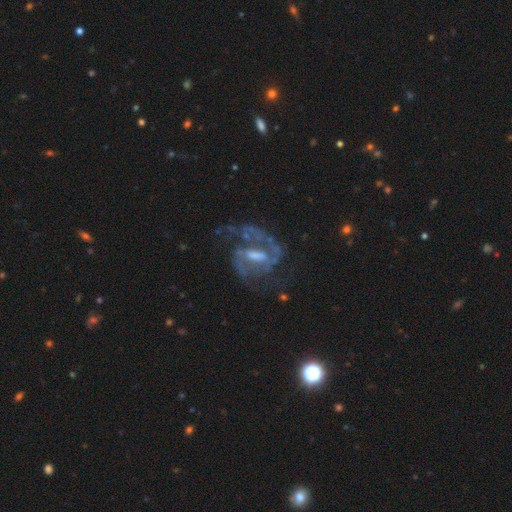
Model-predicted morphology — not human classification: smooth_or_featured: featured or disk (p=0.87) [alt: star or artifact p=0.07]
disk_edge_on: no (p=0.97) [alt: yes p=0.03]
bar: weak (p=0.48) [alt: strong p=0.39]
has_spiral_arms: yes (p=0.94) [alt: no p=0.06]
spiral_winding: medium (p=0.56) [alt: tight p=0.24]
spiral_arm_count: 2 (p=0.79) [alt: can't tell p=0.08]
bulge_size: moderate (p=0.40) [alt: small p=0.33]
merging: none (p=0.60) [alt: major disturbance p=0.20]